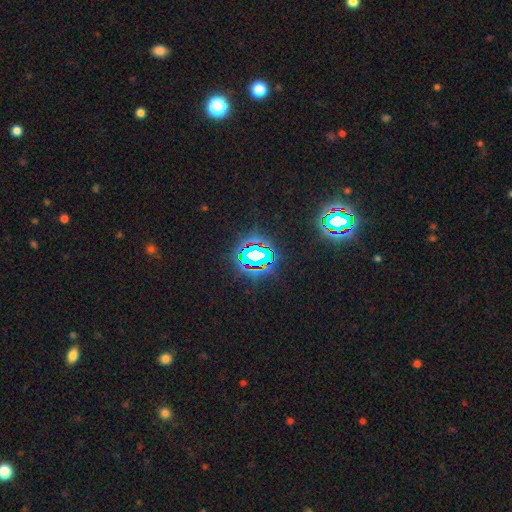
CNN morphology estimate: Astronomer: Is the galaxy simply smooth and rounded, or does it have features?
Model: star or artifact — 71%.